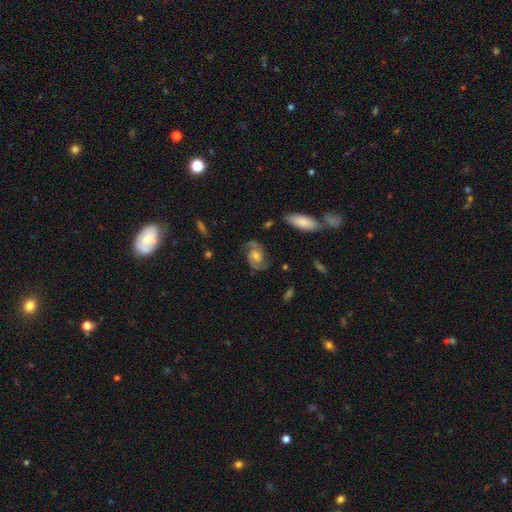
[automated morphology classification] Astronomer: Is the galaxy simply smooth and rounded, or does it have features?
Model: featured or disk — 86%.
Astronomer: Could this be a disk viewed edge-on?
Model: no — 97%.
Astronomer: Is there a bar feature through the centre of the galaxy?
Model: no — 62%.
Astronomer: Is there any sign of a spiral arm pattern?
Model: yes — 97%.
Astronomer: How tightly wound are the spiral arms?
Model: medium — 52% (runner-up: tight, 32%).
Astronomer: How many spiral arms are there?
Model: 2 — 92%.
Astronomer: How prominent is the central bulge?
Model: moderate — 59%.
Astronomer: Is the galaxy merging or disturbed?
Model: none — 78%.